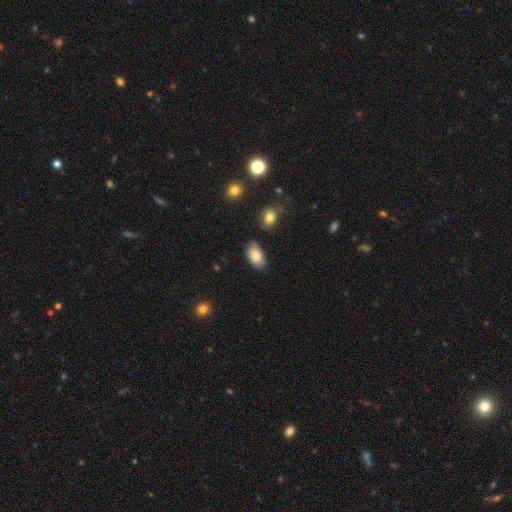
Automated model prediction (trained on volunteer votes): Smooth or featured?
  - smooth: 84% *
  - featured or disk: 9%
  - star or artifact: 7%
How rounded?
  - in between: 94% *
  - round: 5%
  - cigar-shaped: 1%
Merging?
  - none: 78% *
  - minor disturbance: 15%
  - merger: 3%
  - major disturbance: 3%